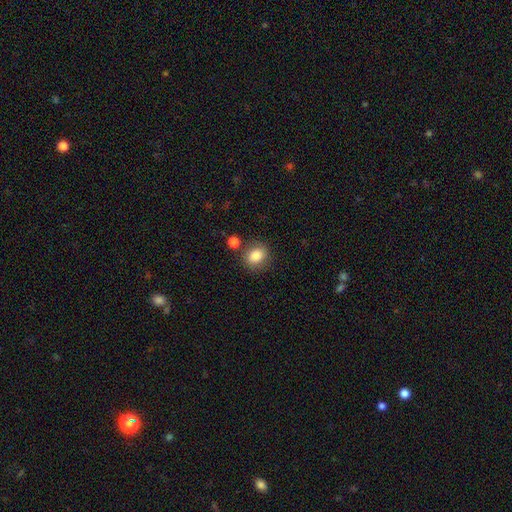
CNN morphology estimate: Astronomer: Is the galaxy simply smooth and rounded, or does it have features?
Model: smooth — 84%.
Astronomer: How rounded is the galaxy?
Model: round — 63%.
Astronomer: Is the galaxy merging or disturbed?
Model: none — 78%.